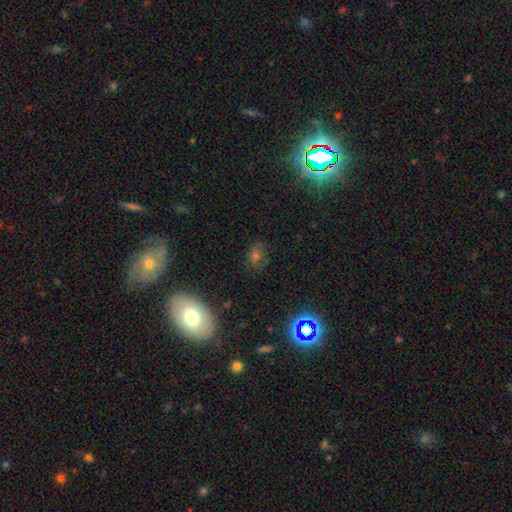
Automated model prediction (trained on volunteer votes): A smooth galaxy with no disk features (50%). Merging: none (78%).